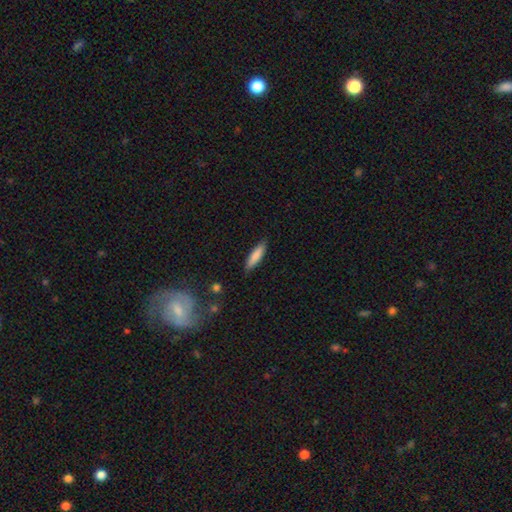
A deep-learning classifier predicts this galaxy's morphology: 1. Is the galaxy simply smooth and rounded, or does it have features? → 84% smooth, 11% featured or disk, 6% star or artifact.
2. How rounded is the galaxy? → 74% cigar-shaped, 25% in between, 1% round.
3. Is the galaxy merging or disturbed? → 86% none, 11% minor disturbance, 2% major disturbance, 1% merger.